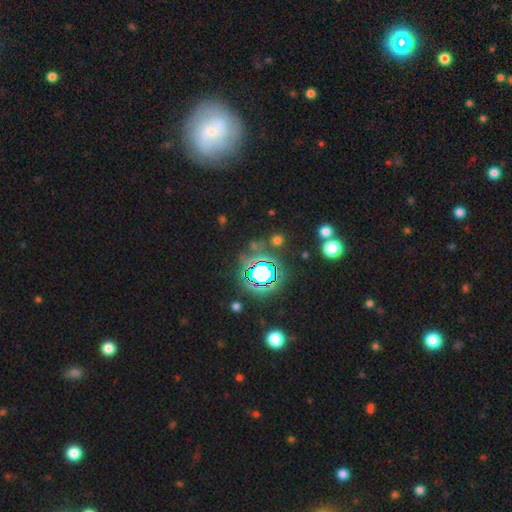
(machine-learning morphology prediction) A star or artifact, not a galaxy (62%).